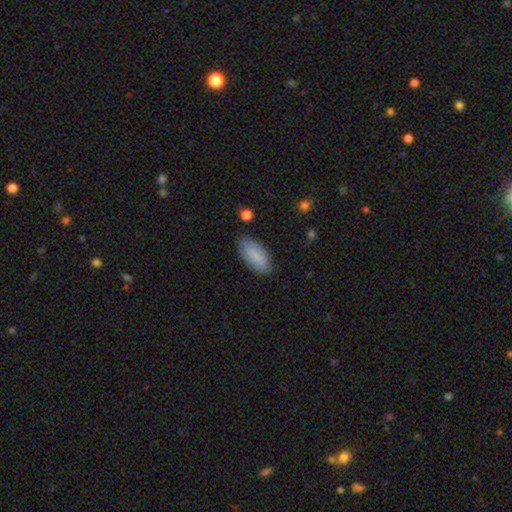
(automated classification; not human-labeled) smooth 84%, featured or disk 10%, star or artifact 6%. Down the decision tree: how rounded — in between (88%); merging — none (82%).